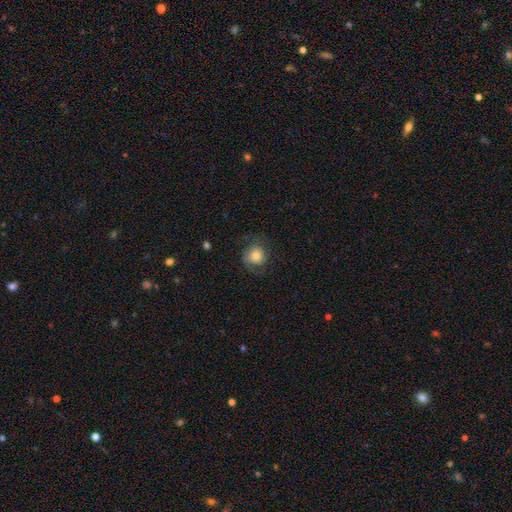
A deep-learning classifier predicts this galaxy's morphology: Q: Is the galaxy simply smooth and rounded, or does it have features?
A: smooth — 57%.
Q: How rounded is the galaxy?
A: round — 82%.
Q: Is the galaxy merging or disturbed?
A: none — 67%.